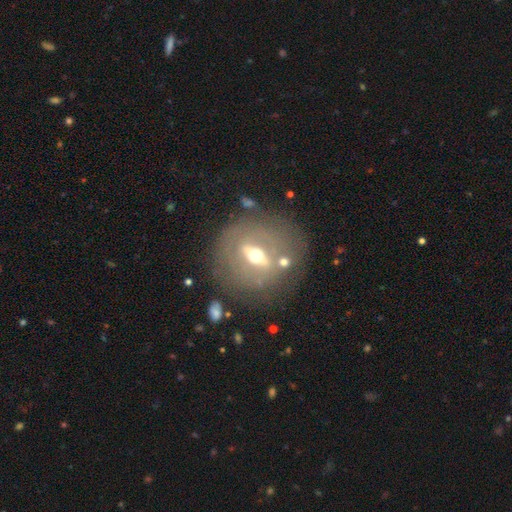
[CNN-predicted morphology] This is likely a featured or disk galaxy (69%). It is likely not viewed edge-on (73%). Bar: possibly strong (58%). Spiral arm pattern: clearly no (82%). Central bulge: likely moderate (71%). Merging: likely none (69%).